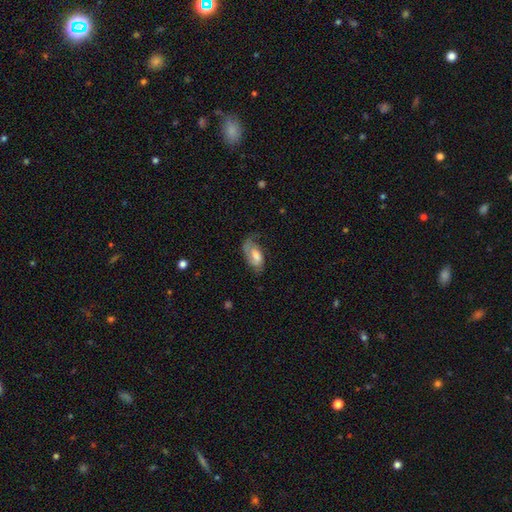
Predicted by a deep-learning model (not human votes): Smooth or featured? Predicted: smooth (p=0.49). Merging? Predicted: none (p=0.47).